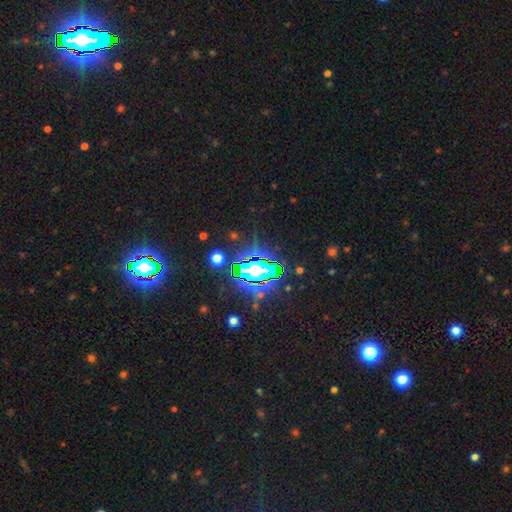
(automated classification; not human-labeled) Smooth or featured?
  - star or artifact: 73% *
  - smooth: 15%
  - featured or disk: 12%